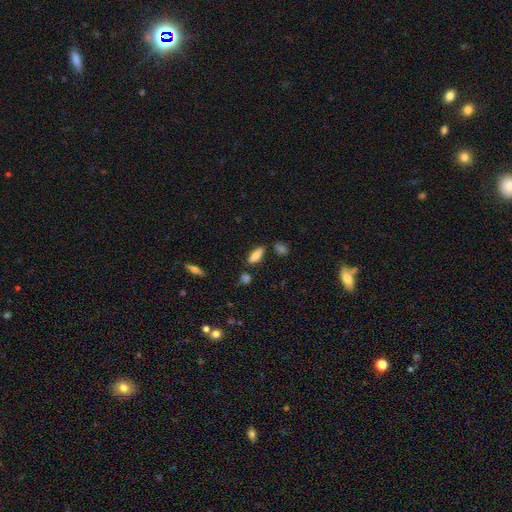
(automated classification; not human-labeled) This appears to be a smooth galaxy with no disk features (72%) that is in between round and cigar-shaped (56%). Merging: none (77%).